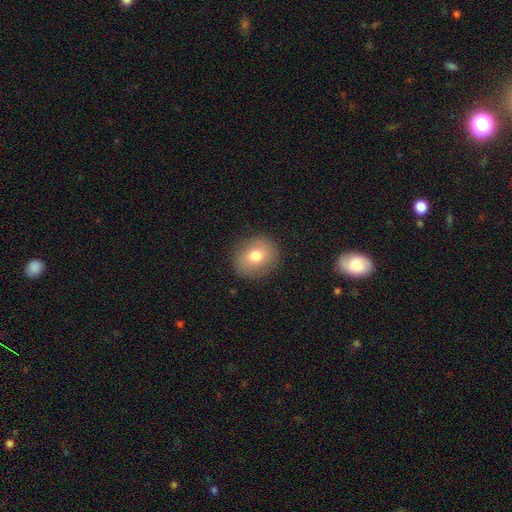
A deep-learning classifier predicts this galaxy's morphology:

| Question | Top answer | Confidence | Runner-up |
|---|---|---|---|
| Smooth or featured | smooth | 75% | featured or disk (15%) |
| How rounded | round | 71% | in between (28%) |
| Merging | none | 87% | minor disturbance (9%) |